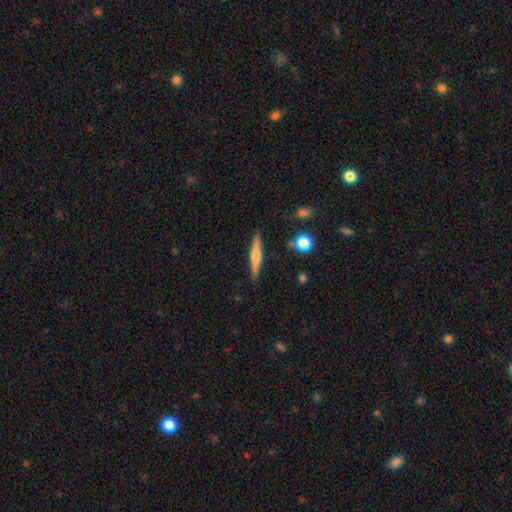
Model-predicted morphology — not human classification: type=featured or disk (47%, tied with smooth); merging=none (88%).